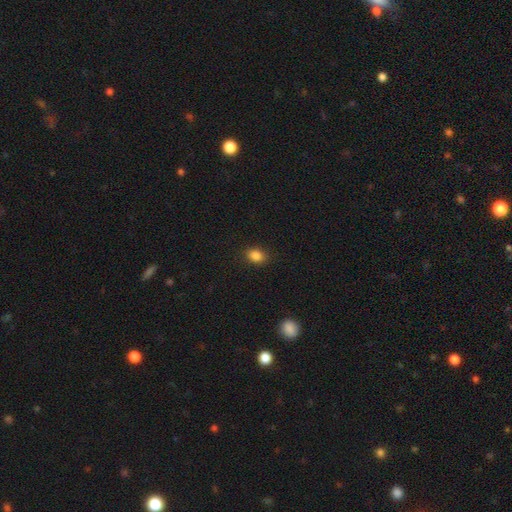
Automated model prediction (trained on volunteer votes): Smooth or featured?
  - smooth: 85% *
  - star or artifact: 11%
  - featured or disk: 4%
How rounded?
  - in between: 63% *
  - round: 35%
  - cigar-shaped: 1%
Merging?
  - none: 88% *
  - minor disturbance: 9%
  - major disturbance: 2%
  - merger: 1%